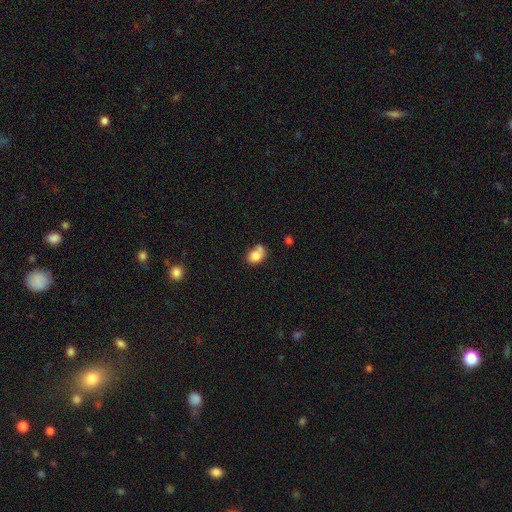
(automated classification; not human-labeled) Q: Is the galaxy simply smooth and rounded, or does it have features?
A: smooth — 80%.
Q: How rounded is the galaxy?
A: in between — 67%.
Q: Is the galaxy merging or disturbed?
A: none — 46%.